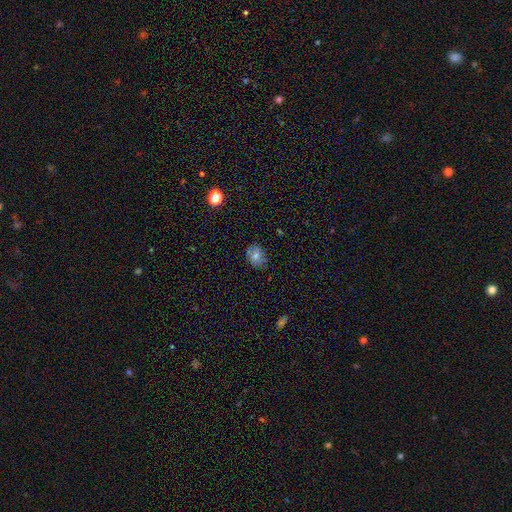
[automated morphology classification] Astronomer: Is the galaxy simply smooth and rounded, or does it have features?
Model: smooth — 54%.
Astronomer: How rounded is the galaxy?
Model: in between — 55% (runner-up: round, 44%).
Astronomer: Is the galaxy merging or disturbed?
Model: none — 79%.